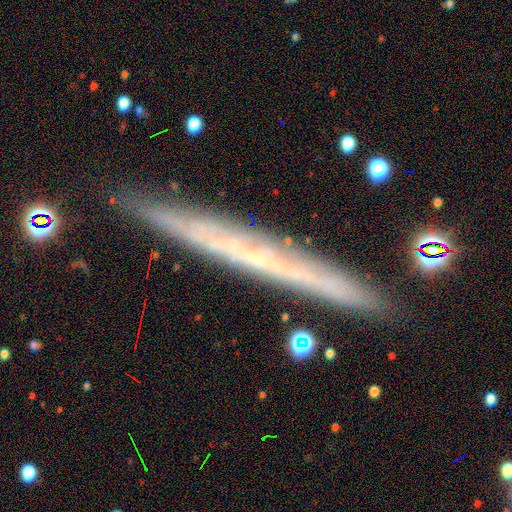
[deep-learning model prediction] Smooth or featured?
  - featured or disk: 66% *
  - smooth: 23%
  - star or artifact: 10%
Edge-on disk?
  - yes: 93% *
  - no: 7%
Edge-on bulge?
  - none: 84% *
  - rounded: 12%
  - boxy: 4%
Merging?
  - none: 88% *
  - minor disturbance: 9%
  - merger: 2%
  - major disturbance: 2%